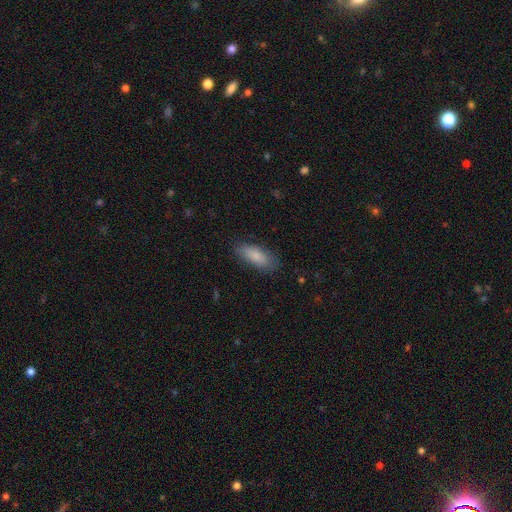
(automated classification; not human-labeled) Smooth or featured: smooth — 85% (featured or disk — 9%)
How rounded: in between — 74% (cigar-shaped — 24%)
Merging: none — 81% (minor disturbance — 14%)